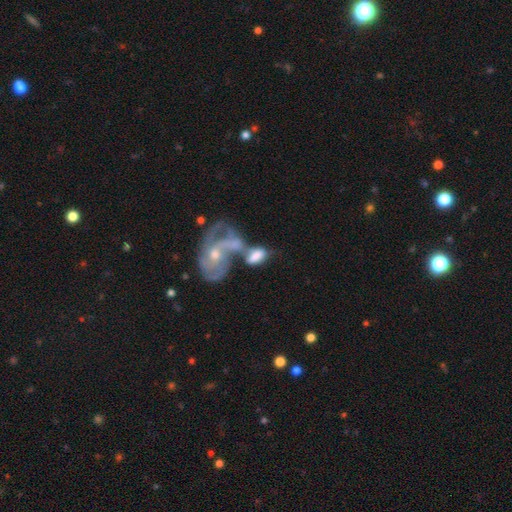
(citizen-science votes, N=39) This appears to be a smooth galaxy with no disk features (74%) that is in between round and cigar-shaped (93%). Merging: merger (81%).